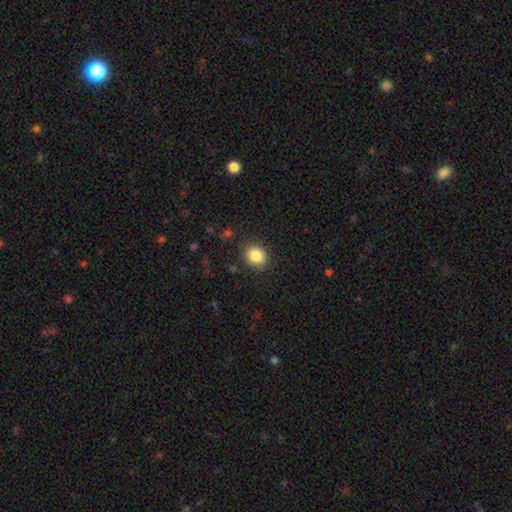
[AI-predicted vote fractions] The model was most divided on "how rounded": round: 57%, in between: 42%, cigar-shaped: 1%. More confident: merging — none (88%); smooth or featured — smooth (87%).